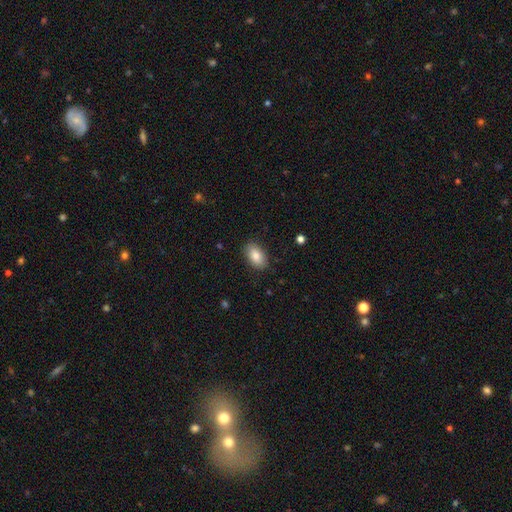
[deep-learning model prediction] Overall: smooth (83%). How rounded: in between (92%). Merging: none (86%).